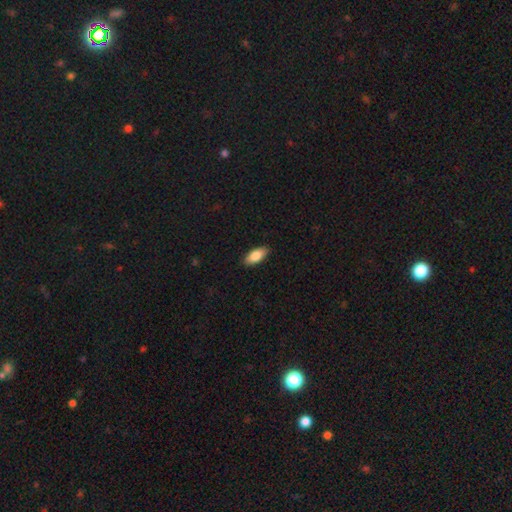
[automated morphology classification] smooth-or-featured: smooth: 85% | featured or disk: 9% | star or artifact: 6%
  how-rounded: in between: 86% | cigar-shaped: 12% | round: 2%
  merging: none: 88% | minor disturbance: 9% | major disturbance: 2% | merger: 1%